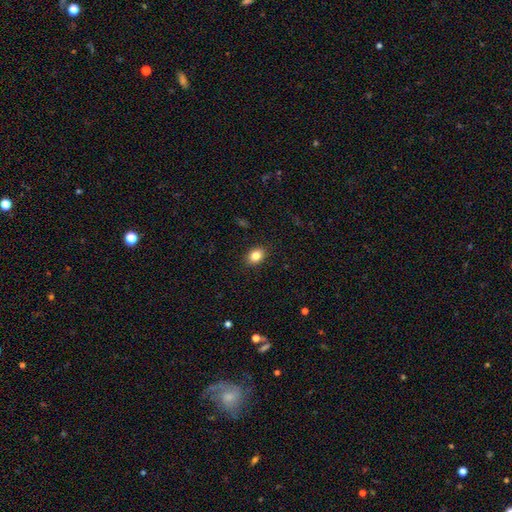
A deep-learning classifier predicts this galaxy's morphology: smooth 84%, star or artifact 9%, featured or disk 7%. Down the decision tree: how rounded — in between (67%); merging — none (90%).